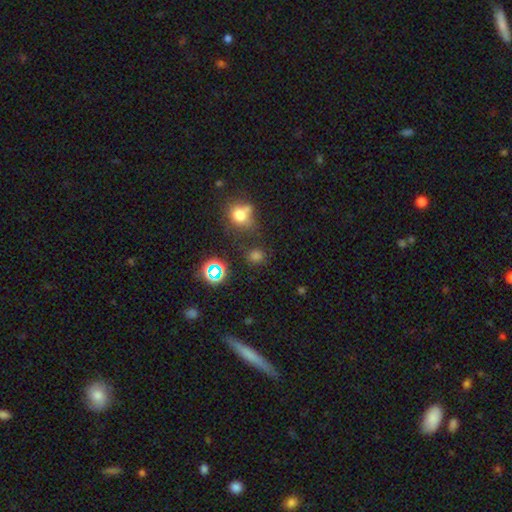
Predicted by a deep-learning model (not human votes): Smooth or featured?
  - smooth: 65% *
  - star or artifact: 29%
  - featured or disk: 6%
How rounded?
  - round: 79% *
  - in between: 20%
  - cigar-shaped: 1%
Merging?
  - none: 73% *
  - minor disturbance: 13%
  - merger: 9%
  - major disturbance: 6%